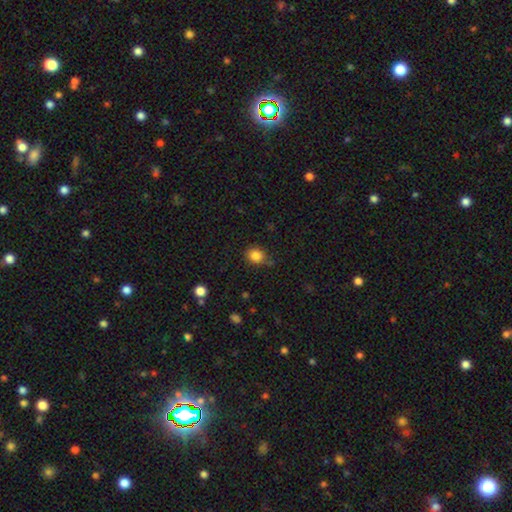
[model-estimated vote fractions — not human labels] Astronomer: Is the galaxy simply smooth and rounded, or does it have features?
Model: smooth — 85%.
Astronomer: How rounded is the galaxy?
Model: round — 77%.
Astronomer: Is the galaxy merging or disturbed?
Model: none — 77%.